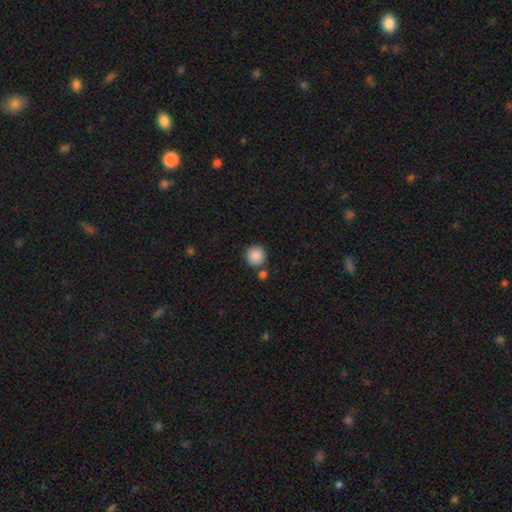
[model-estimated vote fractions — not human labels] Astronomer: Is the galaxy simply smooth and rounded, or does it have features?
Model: smooth — 88%.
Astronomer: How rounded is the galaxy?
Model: round — 94%.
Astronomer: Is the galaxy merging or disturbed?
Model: none — 79%.